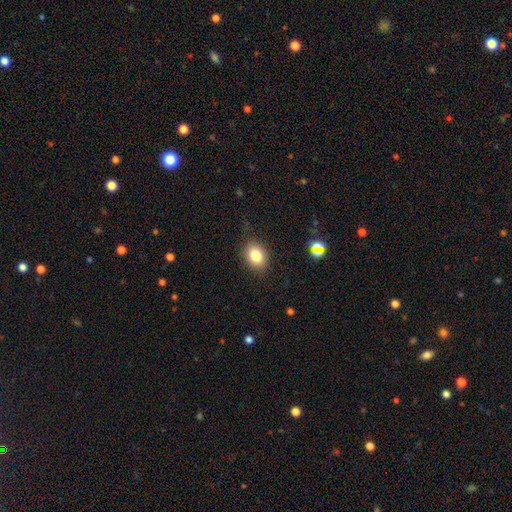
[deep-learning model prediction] A smooth galaxy with no disk features (81%) that is in between round and cigar-shaped (67%). Merging: none (85%).